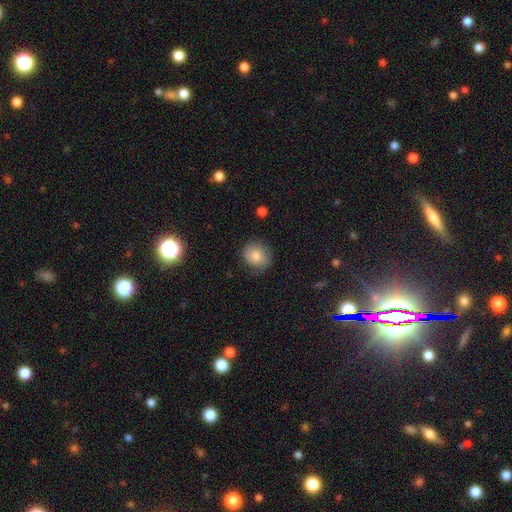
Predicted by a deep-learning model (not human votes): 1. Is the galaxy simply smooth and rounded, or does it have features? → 77% smooth, 13% featured or disk, 10% star or artifact.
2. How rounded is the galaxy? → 80% round, 19% in between, 1% cigar-shaped.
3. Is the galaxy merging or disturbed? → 76% none, 19% minor disturbance, 5% major disturbance, 1% merger.